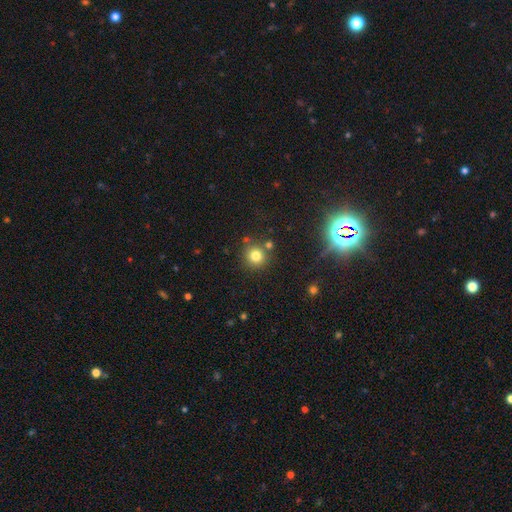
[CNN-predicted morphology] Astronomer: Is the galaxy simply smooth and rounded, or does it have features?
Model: smooth — 78%.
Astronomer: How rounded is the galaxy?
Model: round — 92%.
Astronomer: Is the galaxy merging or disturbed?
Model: none — 78%.